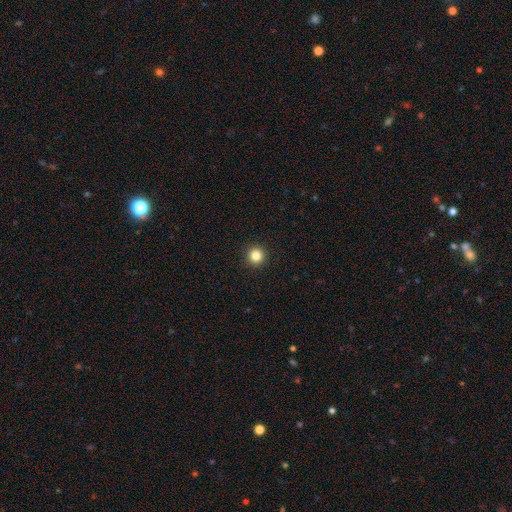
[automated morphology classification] smooth 83%, star or artifact 12%, featured or disk 5%. Down the decision tree: how rounded — round (96%); merging — none (94%).